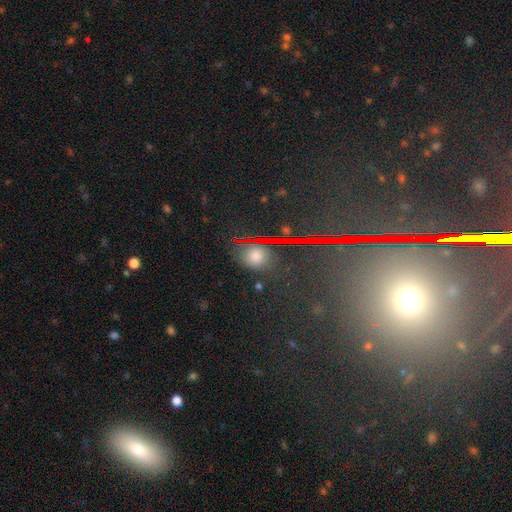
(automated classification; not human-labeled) This appears to be a smooth galaxy with no disk features (57%) that is round (56%). Merging: none (78%).